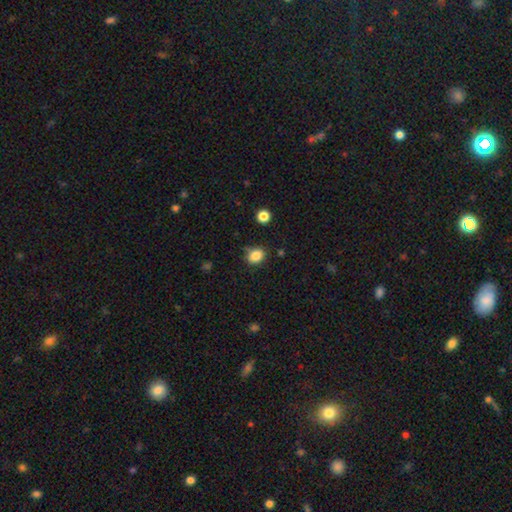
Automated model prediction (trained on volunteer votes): Smooth or featured: smooth — 84% (star or artifact — 11%)
How rounded: in between — 52% (round — 47%)
Merging: none — 74% (minor disturbance — 18%)